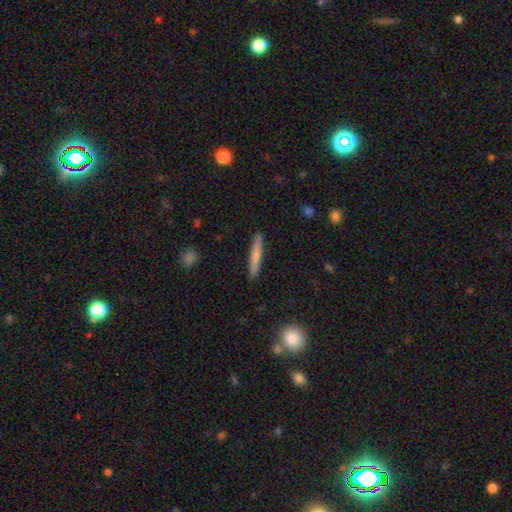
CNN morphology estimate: The model was most divided on "smooth or featured": smooth: 70%, featured or disk: 24%, star or artifact: 6%. More confident: how rounded — cigar-shaped (94%); merging — none (90%).